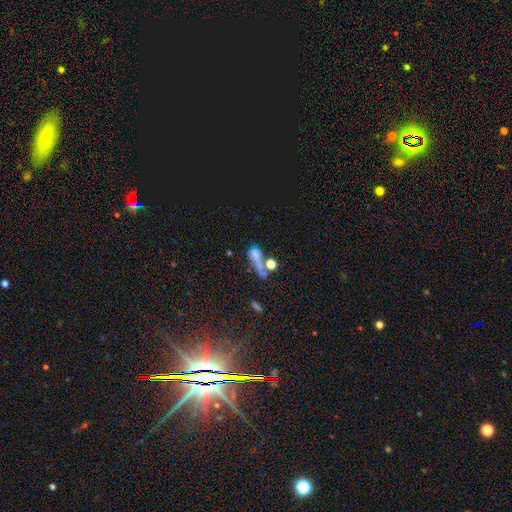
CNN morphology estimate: smooth_or_featured: smooth (p=0.52) [alt: star or artifact p=0.26]
how_rounded: in between (p=0.45) [alt: round p=0.37]
merging: merger (p=0.39) [alt: none p=0.28]